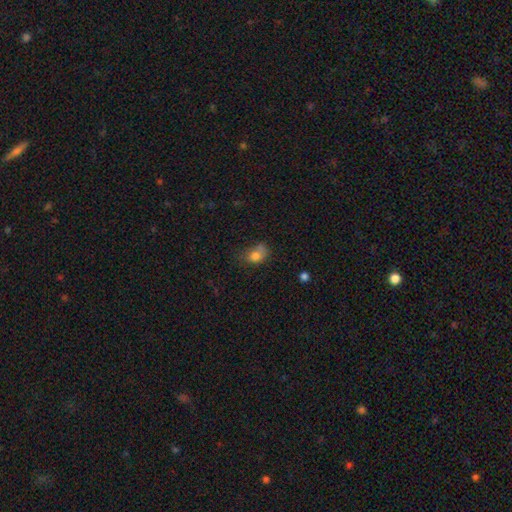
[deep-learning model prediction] A smooth galaxy with no disk features (77%) that is in between round and cigar-shaped (64%). Merging: none (34%).